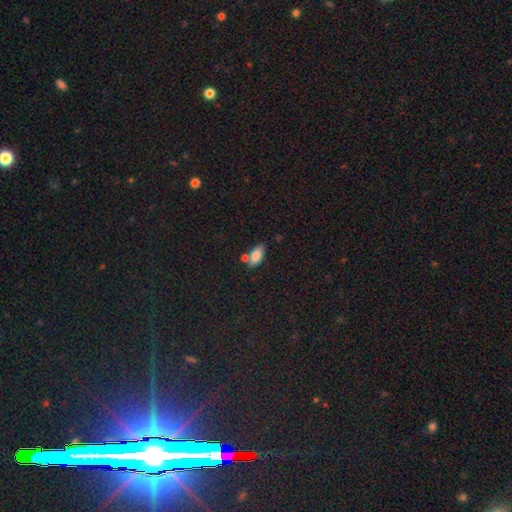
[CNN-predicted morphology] A smooth galaxy with no disk features (80%) that is in between round and cigar-shaped (89%). Merging: none (63%).